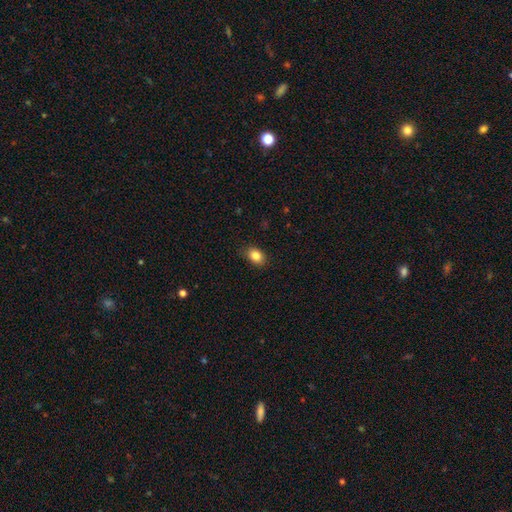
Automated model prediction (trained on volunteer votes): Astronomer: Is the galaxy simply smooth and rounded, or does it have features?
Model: smooth — 85%.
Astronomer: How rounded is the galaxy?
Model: in between — 70%.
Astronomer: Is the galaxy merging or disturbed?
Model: none — 85%.